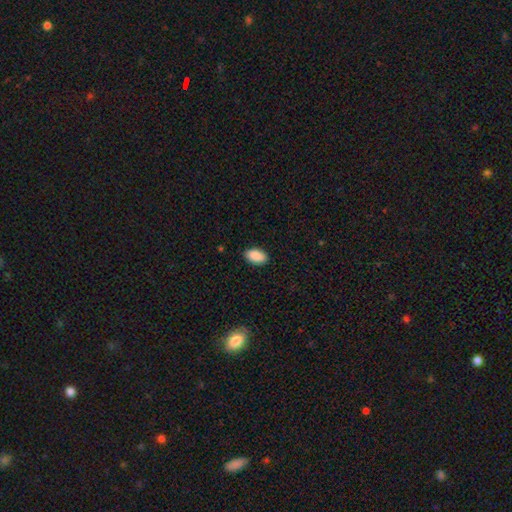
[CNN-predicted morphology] smooth_or_featured: smooth (p=0.90) [alt: star or artifact p=0.07]
how_rounded: in between (p=0.94) [alt: round p=0.04]
merging: none (p=0.88) [alt: minor disturbance p=0.09]